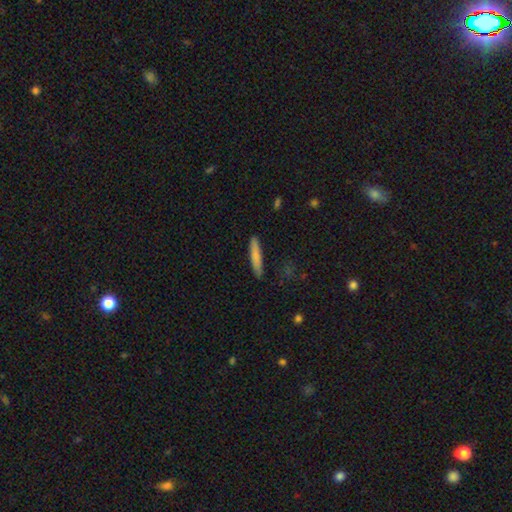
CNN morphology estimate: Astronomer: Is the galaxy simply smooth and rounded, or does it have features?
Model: smooth — 79%.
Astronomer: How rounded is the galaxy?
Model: cigar-shaped — 92%.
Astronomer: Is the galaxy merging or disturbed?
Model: none — 88%.